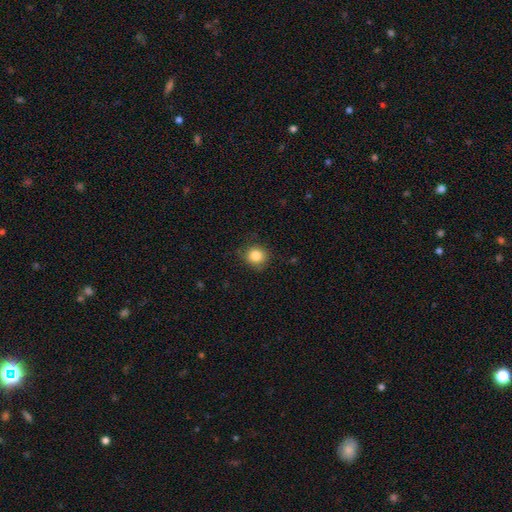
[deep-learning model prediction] The model was most divided on "merging": none: 80%, minor disturbance: 15%, major disturbance: 4%, merger: 1%. More confident: smooth or featured — smooth (84%); how rounded — round (84%).